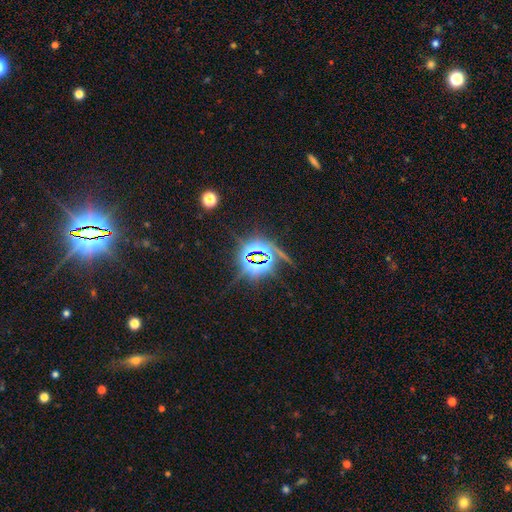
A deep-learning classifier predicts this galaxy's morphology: Overall: star or artifact (80%).